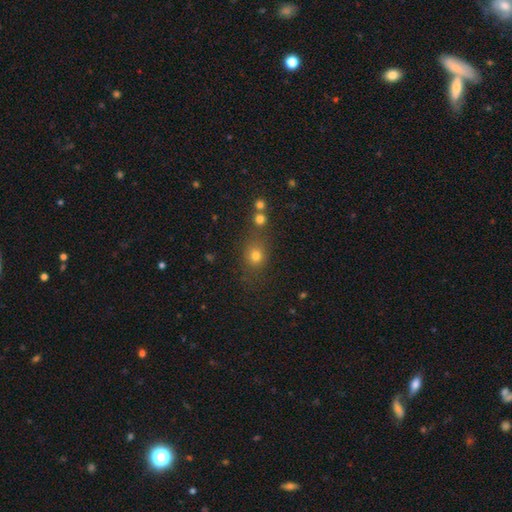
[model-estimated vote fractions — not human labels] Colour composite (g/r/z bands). It shows a smooth galaxy with no disk features (72%) that is round (70%). Merging: none (70%).